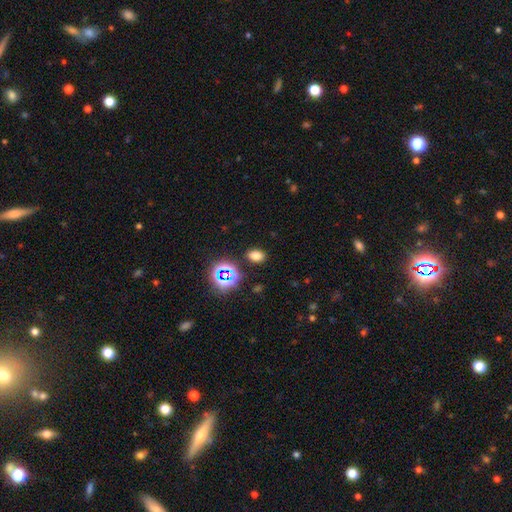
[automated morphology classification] Smooth or featured? Predicted: smooth (p=0.72). How rounded? Predicted: in between (p=0.78). Merging? Predicted: none (p=0.86).